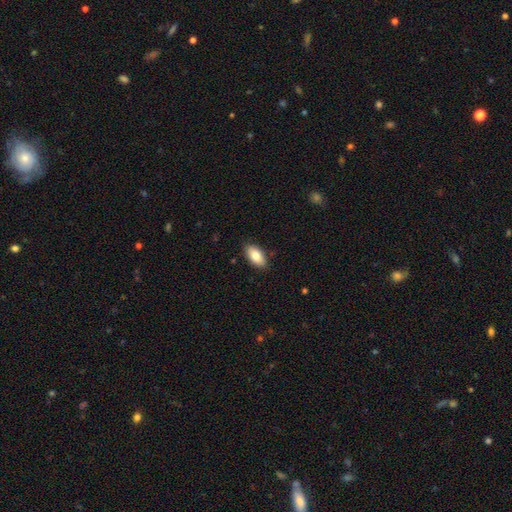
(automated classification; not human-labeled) Q: Smooth or featured?
A: smooth (83%); runner-up: featured or disk (11%)
Q: How rounded?
A: in between (92%); runner-up: cigar-shaped (5%)
Q: Merging?
A: none (87%); runner-up: minor disturbance (10%)